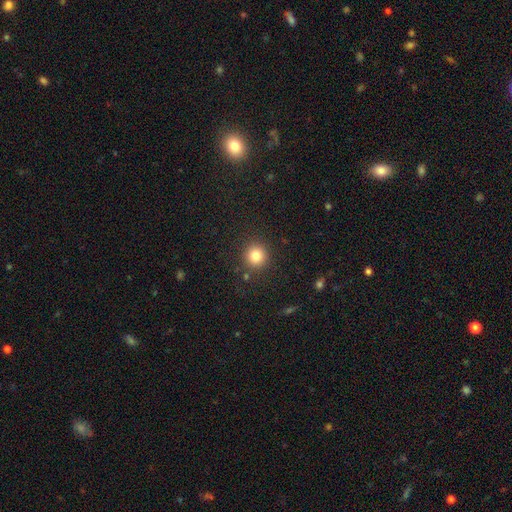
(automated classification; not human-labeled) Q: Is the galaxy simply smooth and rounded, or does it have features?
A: smooth — 82%.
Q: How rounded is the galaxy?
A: round — 93%.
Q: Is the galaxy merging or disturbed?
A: none — 88%.